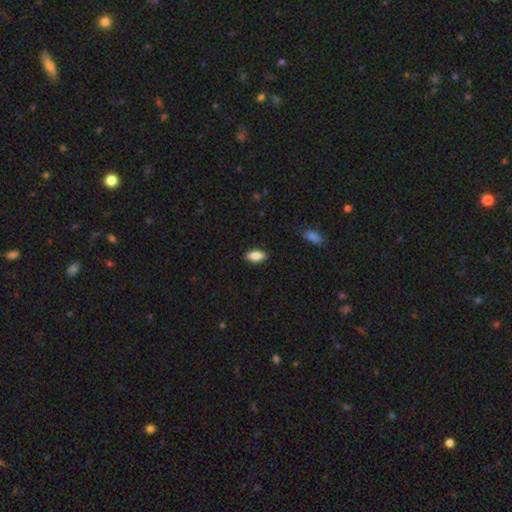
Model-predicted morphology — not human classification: type=smooth (83%); roundness=in between (86%); merging=none (86%).